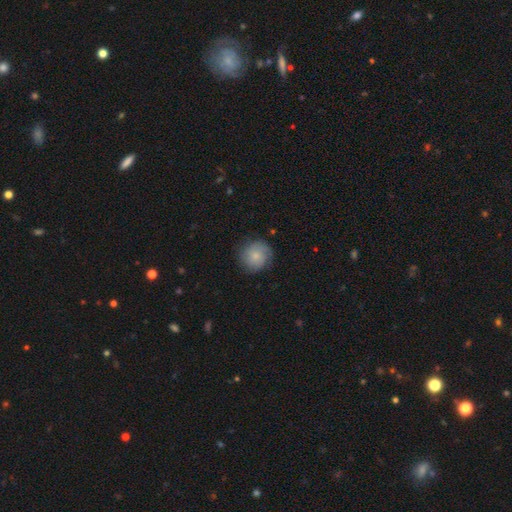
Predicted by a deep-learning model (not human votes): Smooth or featured? Predicted: smooth (p=0.64). How rounded? Predicted: round (p=0.91). Merging? Predicted: none (p=0.79).